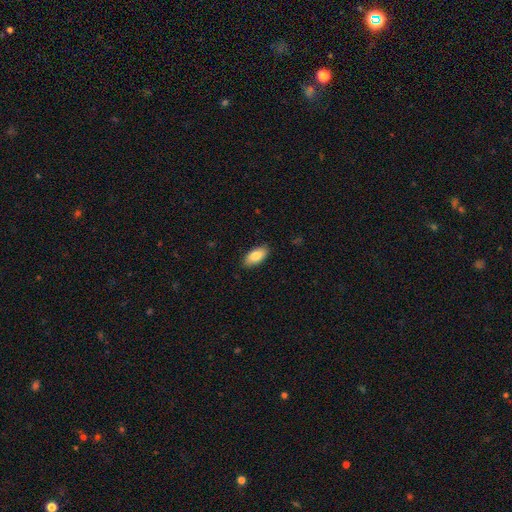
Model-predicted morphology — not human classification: A smooth galaxy with no disk features (85%) that is in between round and cigar-shaped (93%). Merging: none (88%).